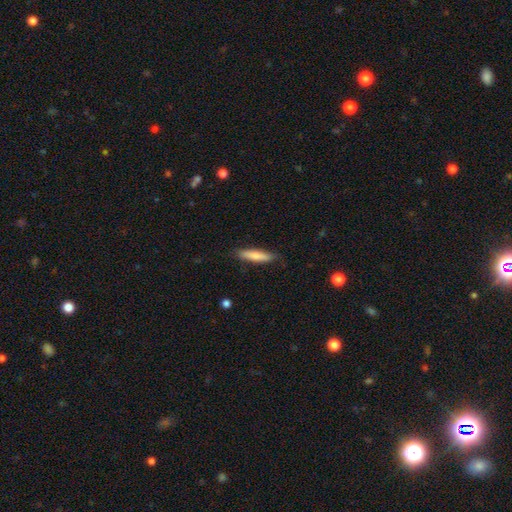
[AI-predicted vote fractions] Smooth or featured? Predicted: smooth (p=0.77). How rounded? Predicted: cigar-shaped (p=0.79). Merging? Predicted: none (p=0.83).